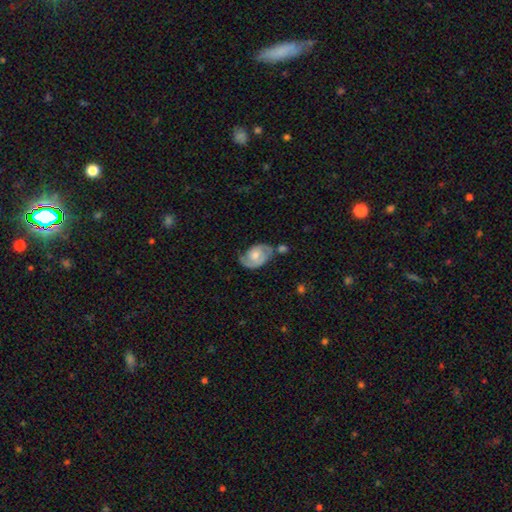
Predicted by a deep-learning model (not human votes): Morphology: type=featured or disk (72%); edge-on=no (97%); bar=no (71%); spiral arms=yes (90%); winding=tight (44%); arm count=2 (76%); bulge=moderate (57%); merging=none (52%).